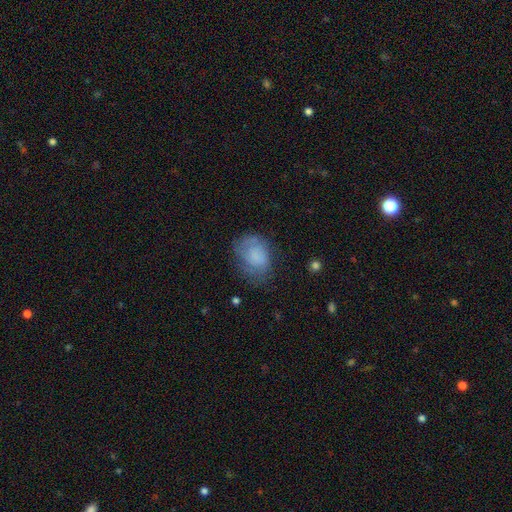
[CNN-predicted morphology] Smooth or featured?
  - smooth: 58% *
  - featured or disk: 32%
  - star or artifact: 10%
How rounded?
  - in between: 66% *
  - round: 33%
  - cigar-shaped: 1%
Merging?
  - none: 53% *
  - minor disturbance: 28%
  - major disturbance: 17%
  - merger: 2%